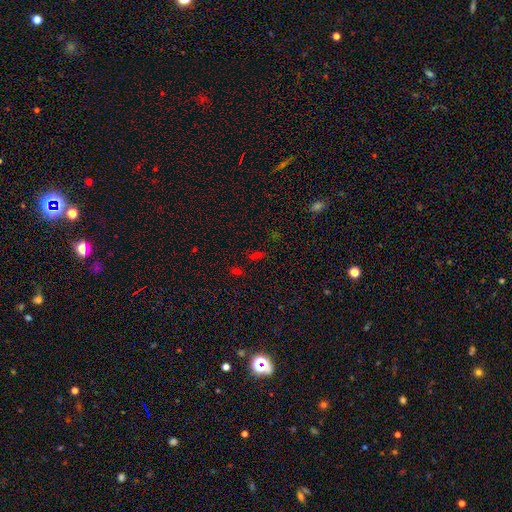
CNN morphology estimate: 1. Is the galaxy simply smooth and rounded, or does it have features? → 46% smooth, 44% star or artifact, 10% featured or disk.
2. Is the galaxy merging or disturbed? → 74% none, 13% minor disturbance, 6% major disturbance, 6% merger.